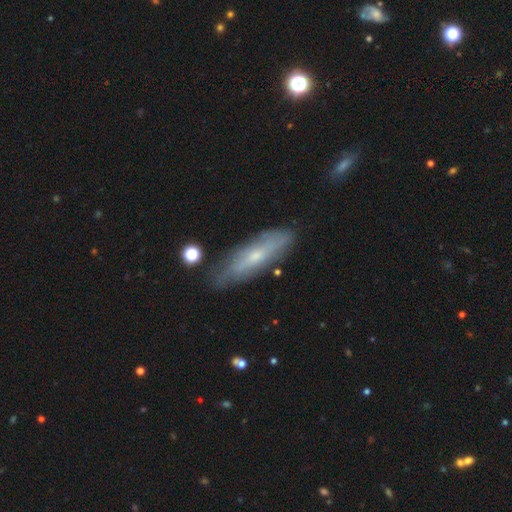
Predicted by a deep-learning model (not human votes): smooth-or-featured: featured or disk: 51% | smooth: 42% | star or artifact: 7%
  disk-edge-on: no: 51% | yes: 49%
  merging: none: 76% | minor disturbance: 17% | major disturbance: 4% | merger: 2%